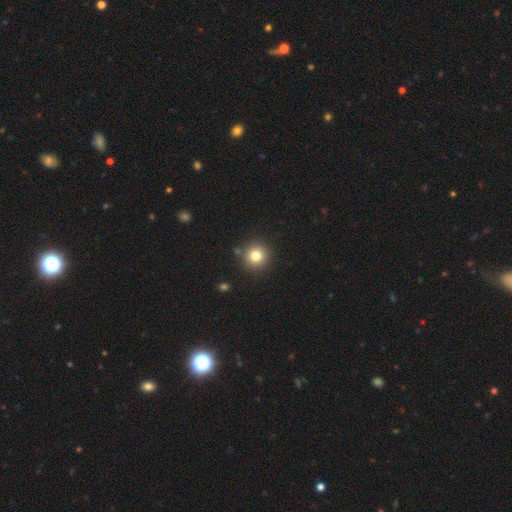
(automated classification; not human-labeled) Overall: smooth (80%). How rounded: round (94%). Merging: none (86%).